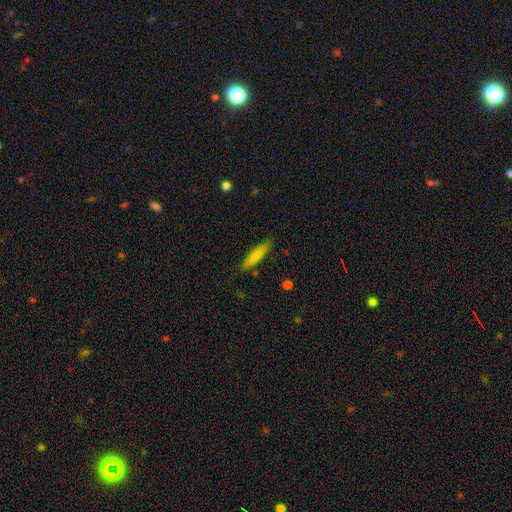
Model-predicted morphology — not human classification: A smooth galaxy with no disk features (79%) that is cigar-shaped (86%).

Vote fractions:
- Smooth or featured? smooth: 79% / featured or disk: 14% / star or artifact: 6%
- How rounded? cigar-shaped: 86% / in between: 13% / round: 1%
- Merging? none: 85% / minor disturbance: 11% / major disturbance: 2% / merger: 2%